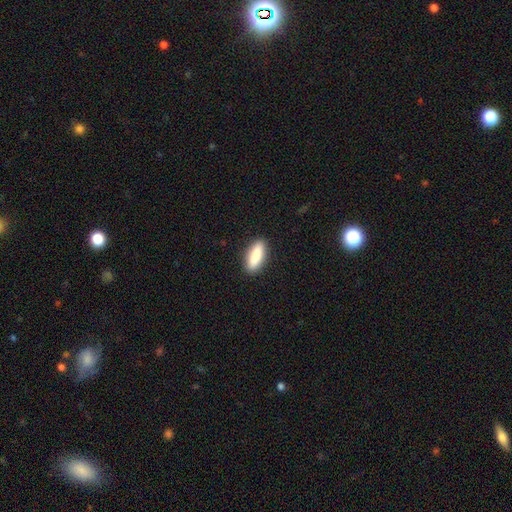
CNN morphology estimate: A smooth galaxy with no disk features (83%) that is in between round and cigar-shaped (60%). Merging: none (90%).